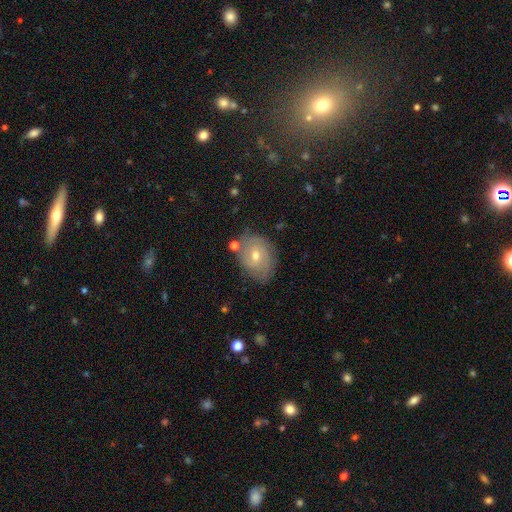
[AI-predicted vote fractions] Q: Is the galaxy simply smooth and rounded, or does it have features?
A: featured or disk — 60%.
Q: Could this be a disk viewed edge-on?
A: no — 95%.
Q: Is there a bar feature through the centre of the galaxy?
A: no — 63%.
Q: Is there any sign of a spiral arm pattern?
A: yes — 79%.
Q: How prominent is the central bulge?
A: moderate — 59%.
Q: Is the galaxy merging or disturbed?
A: none — 74%.